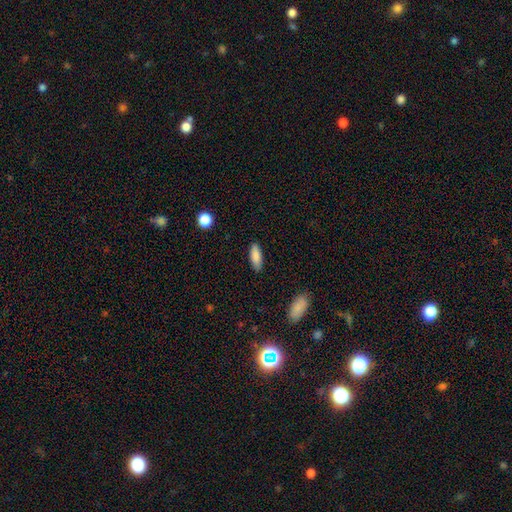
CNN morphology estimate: smooth-or-featured: smooth: 86% | featured or disk: 7% | star or artifact: 7%
  how-rounded: in between: 67% | cigar-shaped: 31% | round: 2%
  merging: none: 87% | minor disturbance: 10% | major disturbance: 2% | merger: 1%